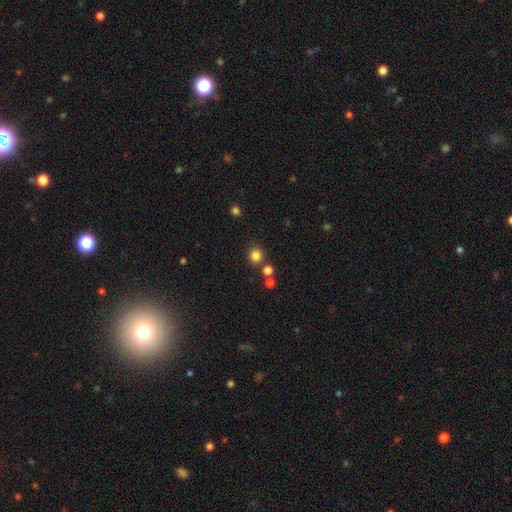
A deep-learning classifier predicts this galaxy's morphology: This appears to be a smooth galaxy with no disk features (82%) that is round (90%). Merging: none (81%).